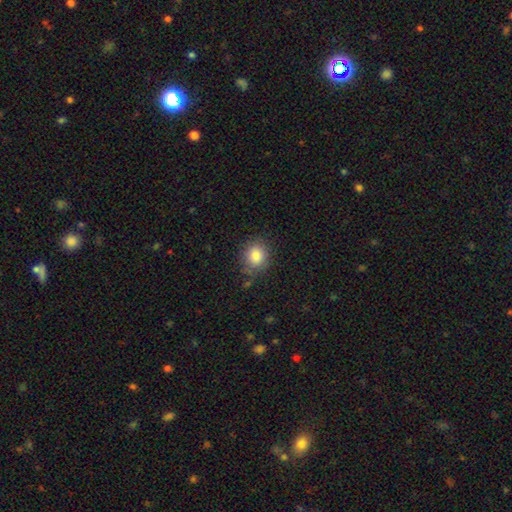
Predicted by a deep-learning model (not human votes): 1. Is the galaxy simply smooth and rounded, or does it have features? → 85% smooth, 9% star or artifact, 6% featured or disk.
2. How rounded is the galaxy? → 61% round, 38% in between, 1% cigar-shaped.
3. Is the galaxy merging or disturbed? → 76% none, 17% minor disturbance, 5% major disturbance, 2% merger.